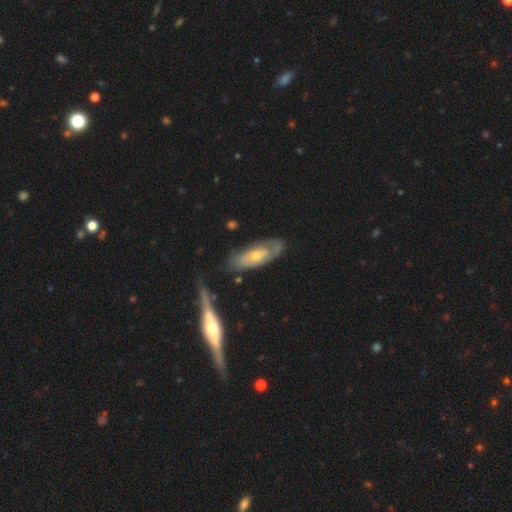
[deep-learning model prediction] This appears to be a featured or disk galaxy (58%). Merging: none (65%).